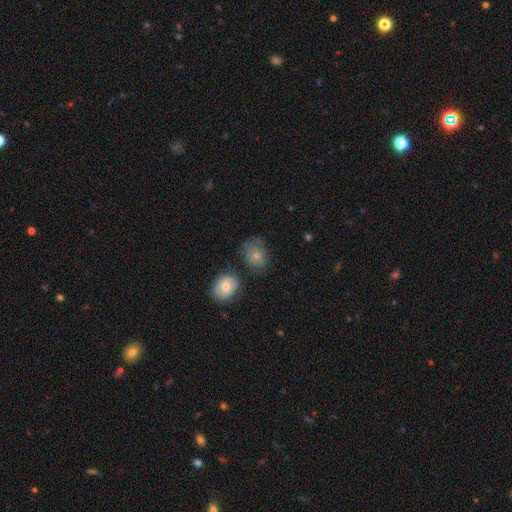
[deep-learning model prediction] Smooth or featured: smooth — 72% (featured or disk — 19%)
How rounded: in between — 57% (round — 42%)
Merging: none — 53% (minor disturbance — 27%)